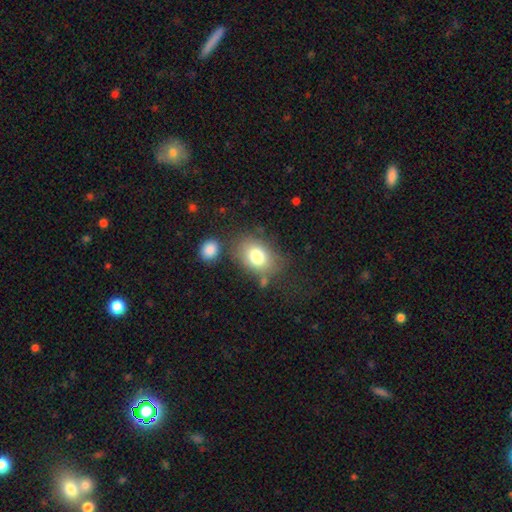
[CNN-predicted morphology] The model was most divided on "how rounded": in between: 60%, round: 39%, cigar-shaped: 1%. More confident: smooth or featured — smooth (75%); merging — none (70%).